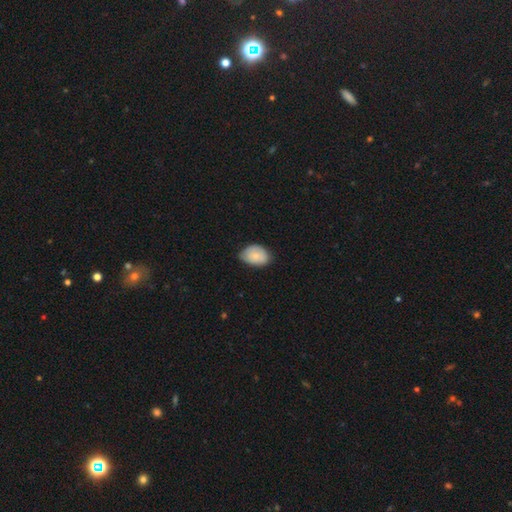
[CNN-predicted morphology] This is likely a smooth galaxy (78%). How rounded: clearly in between (81%). Merging: likely none (62%).